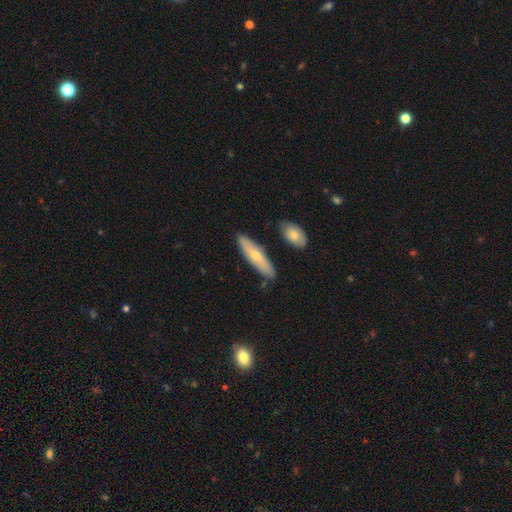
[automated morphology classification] This appears to be a smooth galaxy with no disk features (58%) that is cigar-shaped (70%). Merging: none (82%).